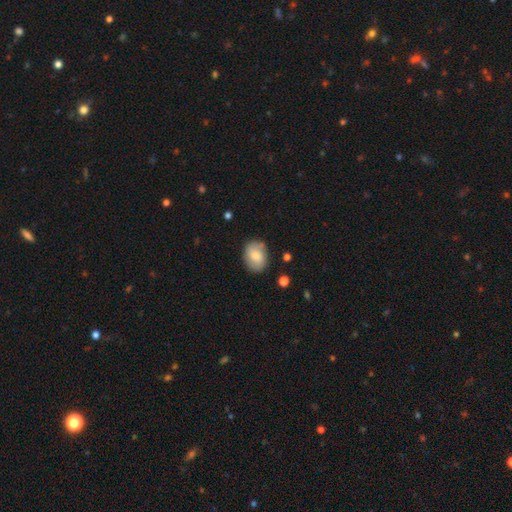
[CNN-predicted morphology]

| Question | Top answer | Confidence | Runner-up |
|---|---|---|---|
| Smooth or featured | smooth | 72% | featured or disk (21%) |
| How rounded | in between | 64% | round (34%) |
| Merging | none | 80% | minor disturbance (15%) |